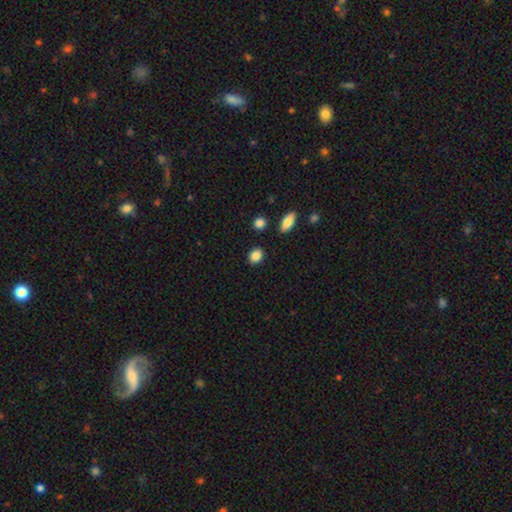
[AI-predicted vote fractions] This is clearly a smooth galaxy (87%). How rounded: possibly in between (52%). Merging: clearly none (87%).